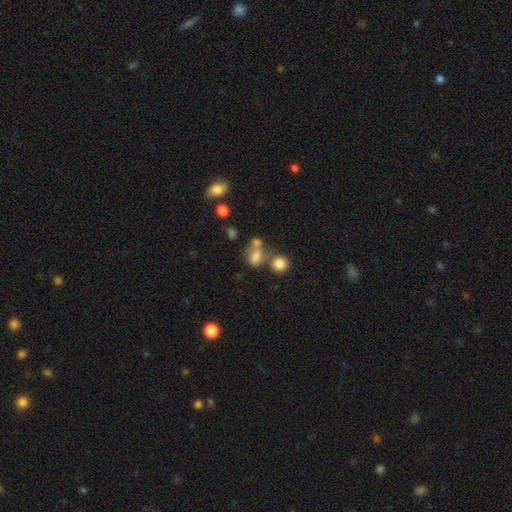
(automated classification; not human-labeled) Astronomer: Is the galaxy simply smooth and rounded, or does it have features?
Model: smooth — 71%.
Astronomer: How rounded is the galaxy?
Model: in between — 58% (runner-up: round, 40%).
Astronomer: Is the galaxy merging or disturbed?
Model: none — 42% (runner-up: merger, 33%).